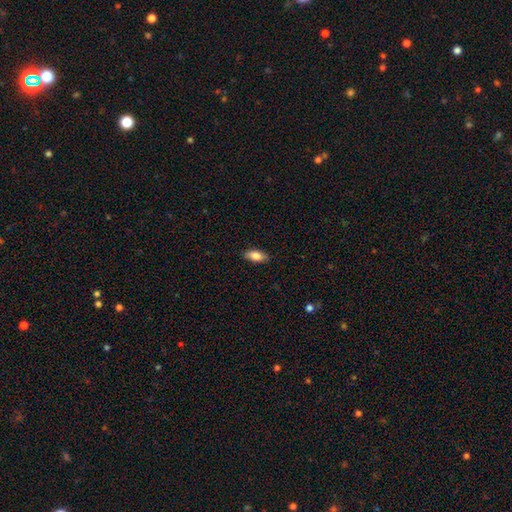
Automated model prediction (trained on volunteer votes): smooth 82%, featured or disk 11%, star or artifact 7%. Down the decision tree: how rounded — in between (85%); merging — none (86%).